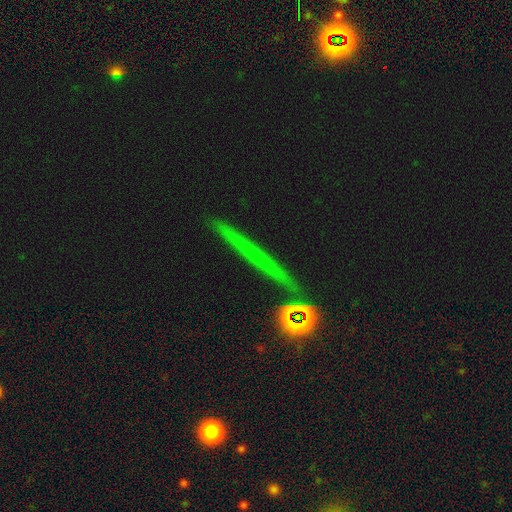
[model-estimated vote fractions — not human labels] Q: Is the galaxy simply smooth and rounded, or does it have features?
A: featured or disk — 35%.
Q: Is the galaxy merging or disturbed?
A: none — 86%.